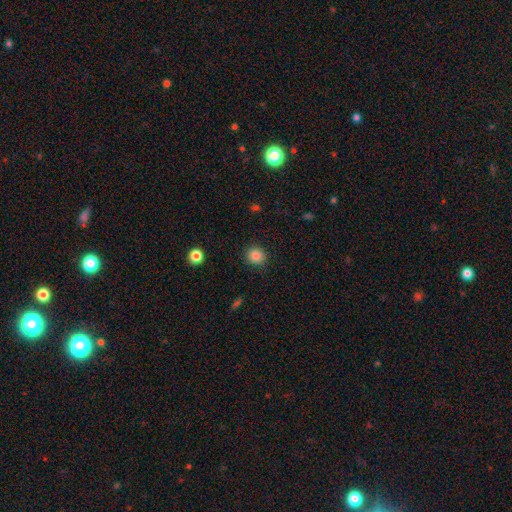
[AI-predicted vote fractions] This is clearly a smooth galaxy (86%). How rounded: clearly round (86%). Merging: clearly none (89%).